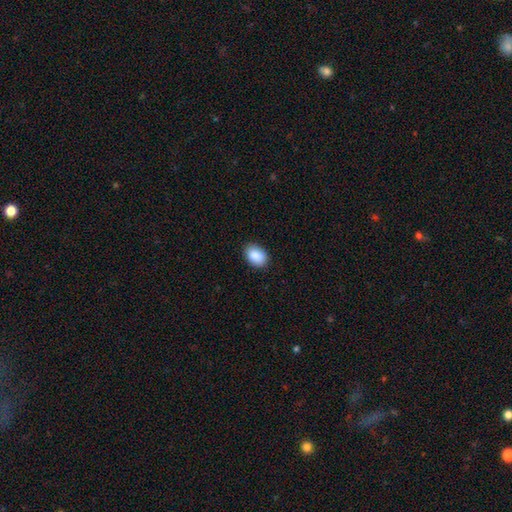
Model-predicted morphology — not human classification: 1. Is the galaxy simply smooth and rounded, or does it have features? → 89% smooth, 7% star or artifact, 4% featured or disk.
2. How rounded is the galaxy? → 81% in between, 18% round, 1% cigar-shaped.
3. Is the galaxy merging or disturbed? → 88% none, 9% minor disturbance, 2% major disturbance, 1% merger.